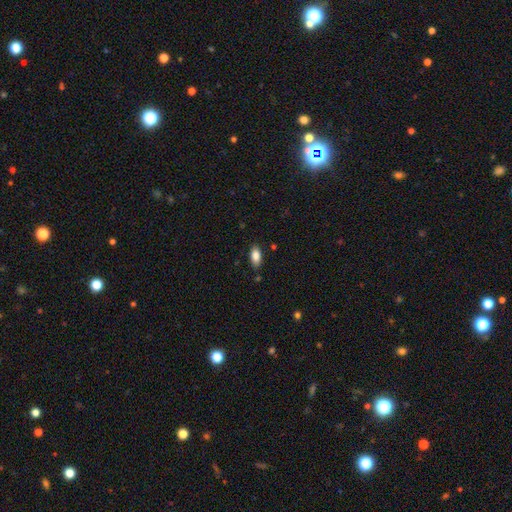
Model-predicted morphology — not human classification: Q: Smooth or featured?
A: smooth (86%); runner-up: star or artifact (8%)
Q: How rounded?
A: in between (90%); runner-up: cigar-shaped (7%)
Q: Merging?
A: none (84%); runner-up: minor disturbance (12%)